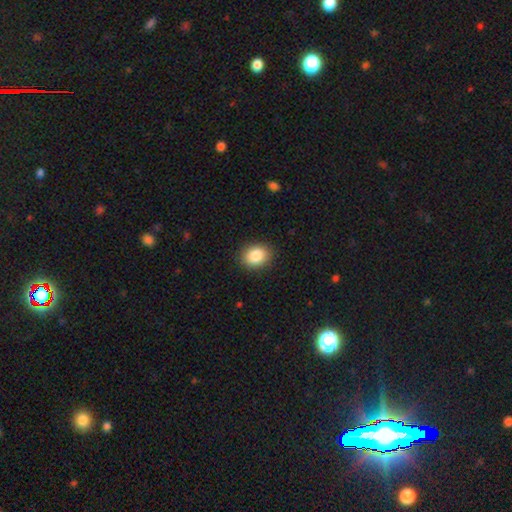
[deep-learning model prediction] Overall: smooth (87%). How rounded: in between (51%; round 48%). Merging: none (89%).